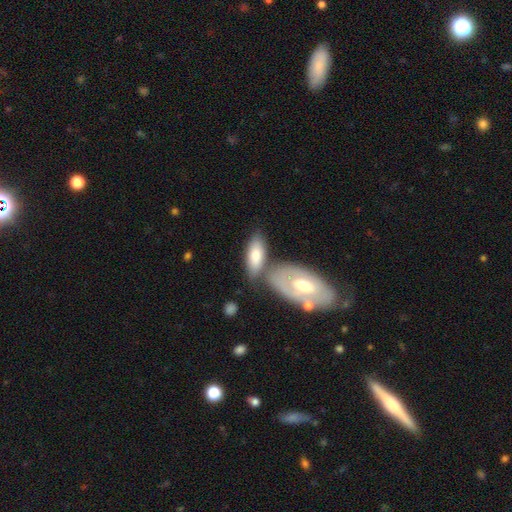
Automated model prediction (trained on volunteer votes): smooth 71%, featured or disk 24%, star or artifact 5%. Down the decision tree: how rounded — in between (79%); merging — none (47%).